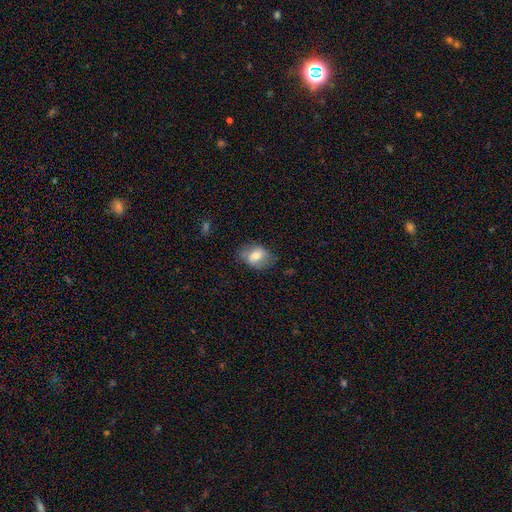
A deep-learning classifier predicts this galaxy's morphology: A smooth galaxy with no disk features (68%) that is in between round and cigar-shaped (77%).

Vote fractions:
- Smooth or featured? smooth: 68% / featured or disk: 24% / star or artifact: 8%
- How rounded? in between: 77% / round: 22% / cigar-shaped: 1%
- Merging? none: 65% / minor disturbance: 25% / major disturbance: 9% / merger: 2%